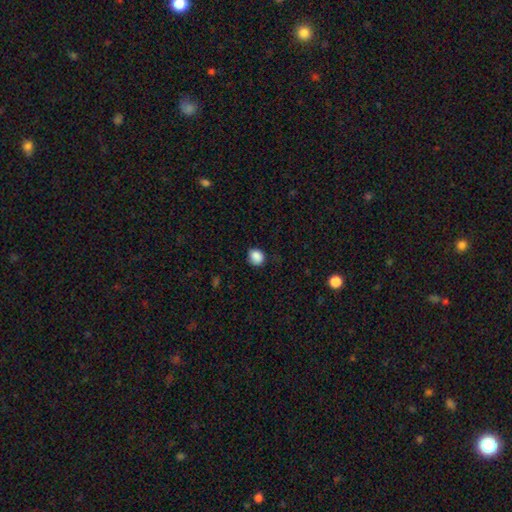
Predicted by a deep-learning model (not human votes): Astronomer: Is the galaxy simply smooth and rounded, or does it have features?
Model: smooth — 87%.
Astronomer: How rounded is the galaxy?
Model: round — 72%.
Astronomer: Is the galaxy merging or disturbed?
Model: none — 78%.